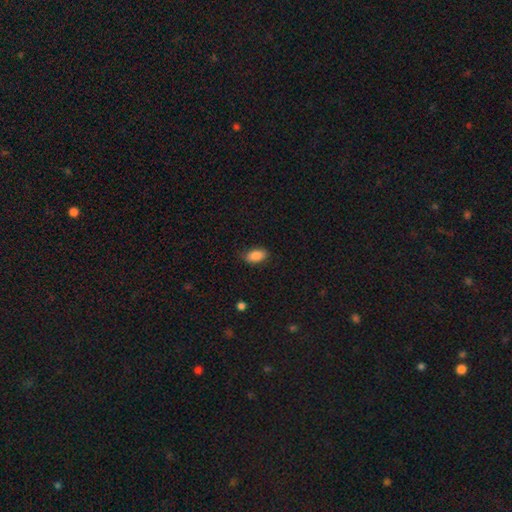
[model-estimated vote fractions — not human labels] The model was most divided on "merging": none: 82%, minor disturbance: 14%, major disturbance: 3%, merger: 1%. More confident: how rounded — in between (92%); smooth or featured — smooth (88%).